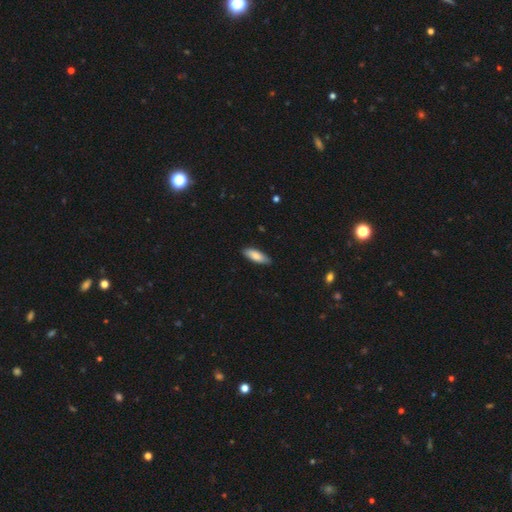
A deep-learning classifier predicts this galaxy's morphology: smooth 84%, featured or disk 11%, star or artifact 5%. Down the decision tree: how rounded — in between (67%); merging — none (86%).